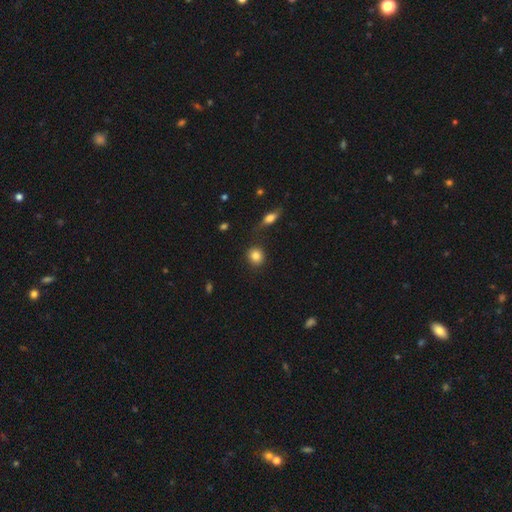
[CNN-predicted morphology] smooth-or-featured: smooth: 85% | star or artifact: 9% | featured or disk: 6%
  how-rounded: round: 84% | in between: 14% | cigar-shaped: 1%
  merging: none: 85% | minor disturbance: 8% | merger: 4% | major disturbance: 3%